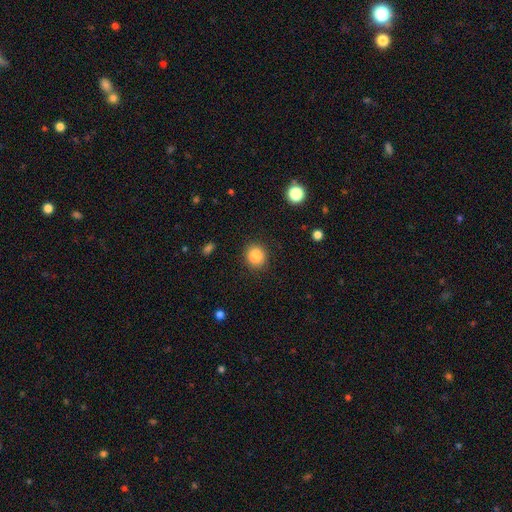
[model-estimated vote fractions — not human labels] Smooth or featured?
  - smooth: 86% *
  - star or artifact: 10%
  - featured or disk: 4%
How rounded?
  - round: 84% *
  - in between: 15%
  - cigar-shaped: 1%
Merging?
  - none: 88% *
  - minor disturbance: 8%
  - major disturbance: 3%
  - merger: 1%